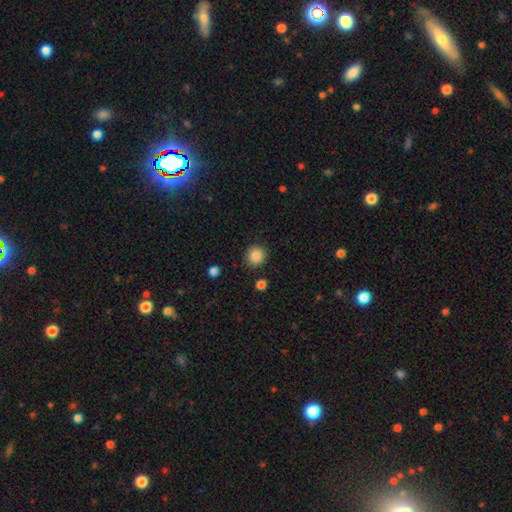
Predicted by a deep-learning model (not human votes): This appears to be a smooth galaxy with no disk features (87%) that is round (92%). Merging: none (90%).